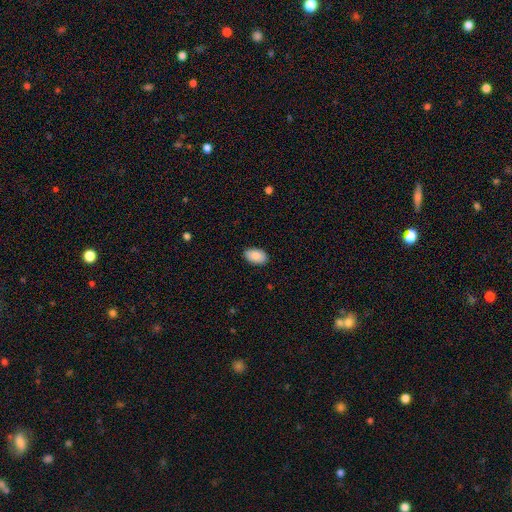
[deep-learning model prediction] Smooth or featured: smooth — 88% (star or artifact — 6%)
How rounded: in between — 92% (round — 6%)
Merging: none — 89% (minor disturbance — 8%)